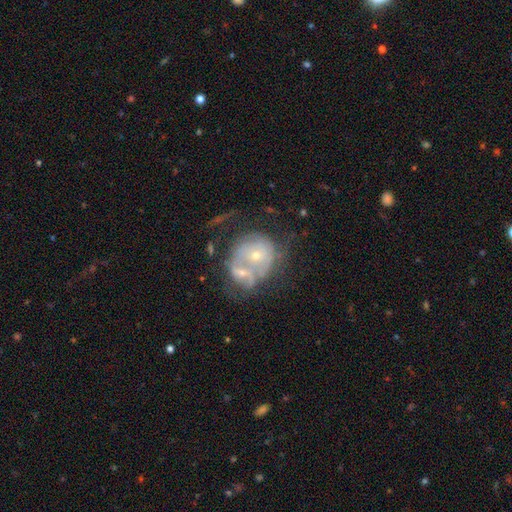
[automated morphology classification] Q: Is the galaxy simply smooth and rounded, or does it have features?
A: featured or disk — 62%.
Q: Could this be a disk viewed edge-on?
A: no — 97%.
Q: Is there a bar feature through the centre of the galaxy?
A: no — 84%.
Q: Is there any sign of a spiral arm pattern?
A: no — 54%.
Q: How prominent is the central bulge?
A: small — 61%.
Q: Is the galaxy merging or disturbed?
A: merger — 60%.